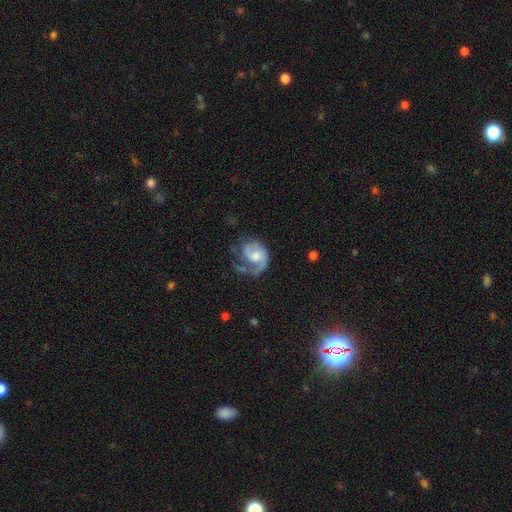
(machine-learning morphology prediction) Smooth or featured: featured or disk — 81% (smooth — 14%)
Edge-on disk: no — 98% (yes — 2%)
Bar: no — 60% (weak — 34%)
Spiral arms: yes — 94% (no — 6%)
Spiral winding: medium — 45% (tight — 32%)
Spiral arm count: 1 — 47% (2 — 43%)
Bulge size: moderate — 52% (small — 27%)
Merging: none — 44% (major disturbance — 30%)